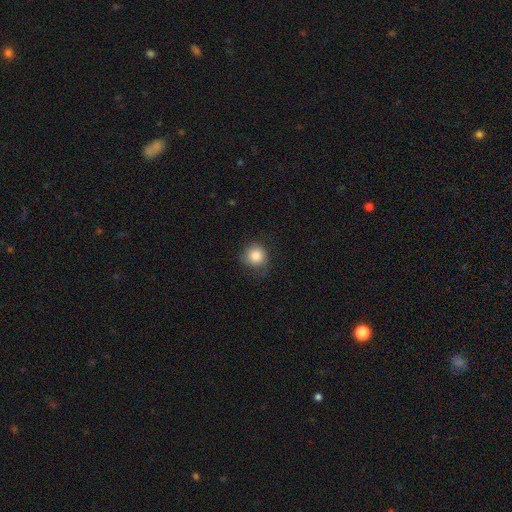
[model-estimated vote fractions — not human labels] Smooth or featured? smooth (85%)
How rounded? round (91%)
Merging? none (71%)